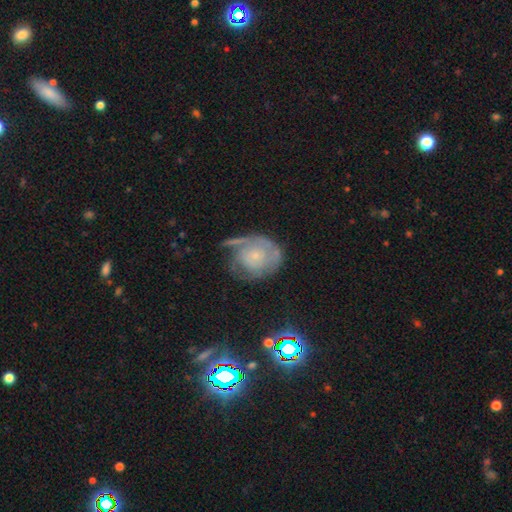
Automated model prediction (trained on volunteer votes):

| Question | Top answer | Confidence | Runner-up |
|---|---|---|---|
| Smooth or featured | featured or disk | 69% | smooth (21%) |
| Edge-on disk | no | 97% | yes (3%) |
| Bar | no | 81% | weak (16%) |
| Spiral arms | yes | 84% | no (16%) |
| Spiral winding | tight | 59% | medium (28%) |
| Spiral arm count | can't tell | 36% | 2 (24%) |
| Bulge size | small | 76% | moderate (14%) |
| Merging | none | 45% | minor disturbance (26%) |